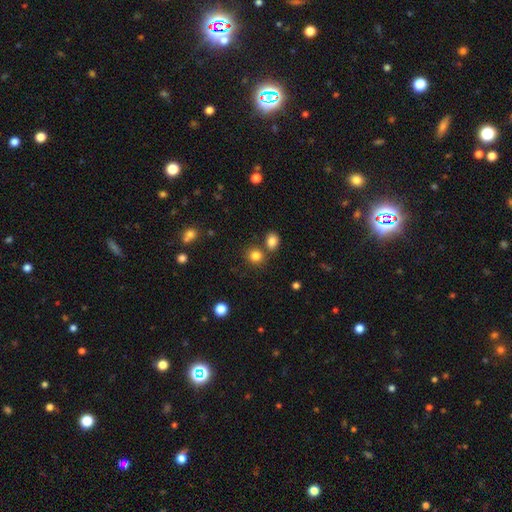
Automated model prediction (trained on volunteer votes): A smooth galaxy with no disk features (82%) that is round (79%). Merging: none (69%).